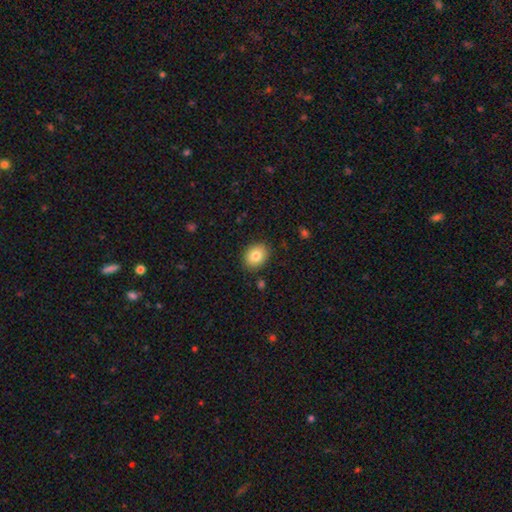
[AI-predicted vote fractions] smooth-or-featured: smooth: 82% | featured or disk: 10% | star or artifact: 9%
  how-rounded: in between: 52% | round: 47% | cigar-shaped: 1%
  merging: none: 88% | minor disturbance: 9% | major disturbance: 2% | merger: 1%